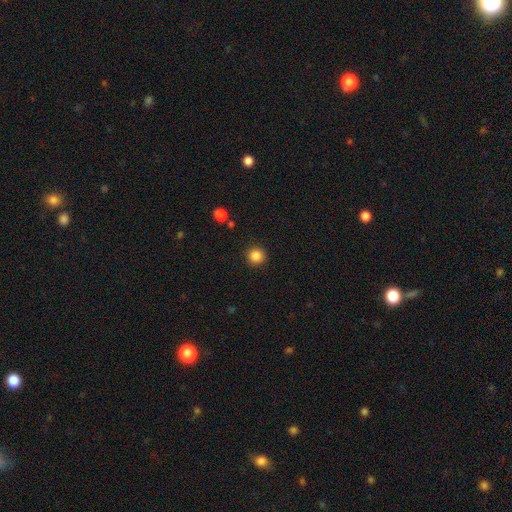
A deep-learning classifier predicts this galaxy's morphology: Smooth or featured?
  - smooth: 86% *
  - star or artifact: 11%
  - featured or disk: 3%
How rounded?
  - round: 95% *
  - in between: 5%
  - cigar-shaped: 1%
Merging?
  - none: 91% *
  - minor disturbance: 6%
  - major disturbance: 2%
  - merger: 1%